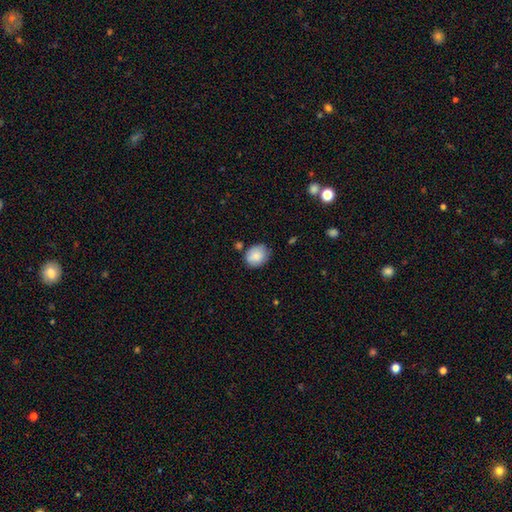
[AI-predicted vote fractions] smooth 85%, featured or disk 8%, star or artifact 7%. Down the decision tree: how rounded — in between (50%); merging — none (72%).